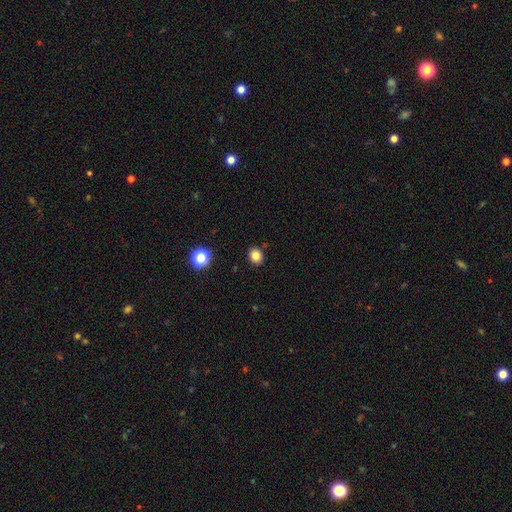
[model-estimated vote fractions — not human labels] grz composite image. It shows a smooth galaxy with no disk features (83%) that is round (60%). Merging: none (88%).